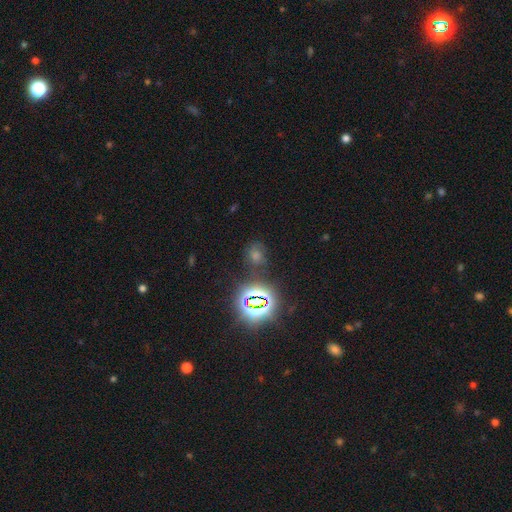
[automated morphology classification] smooth_or_featured: star or artifact (p=0.64) [alt: smooth p=0.28]